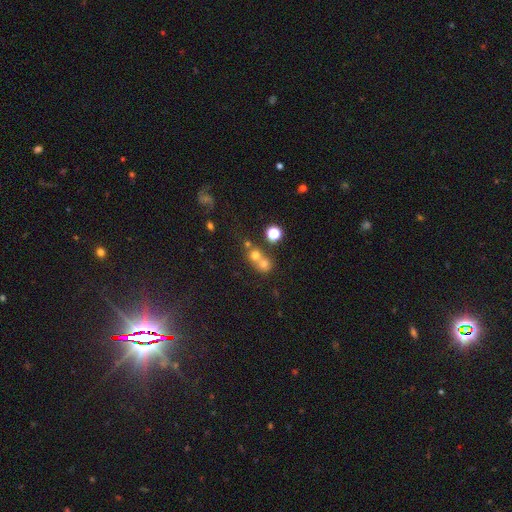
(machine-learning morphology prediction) Overall: smooth (62%). How rounded: round (83%). Merging: merger (54%; none 37%).